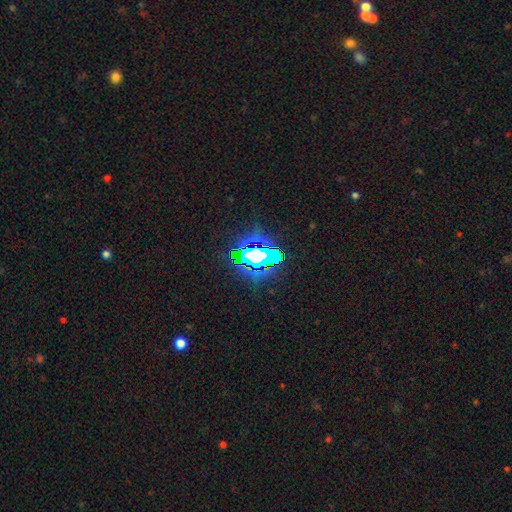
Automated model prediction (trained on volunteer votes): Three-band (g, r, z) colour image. It shows a star or artifact, not a galaxy (61%).